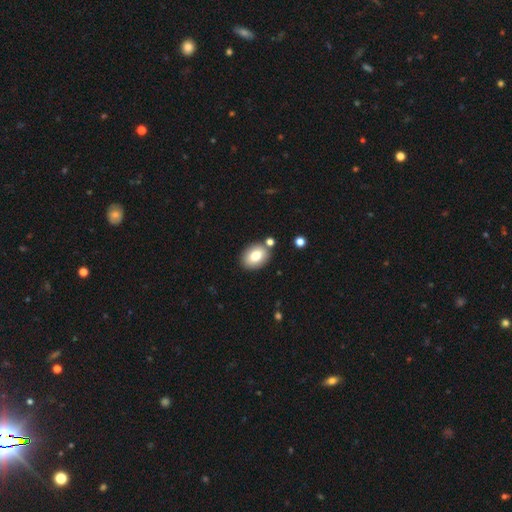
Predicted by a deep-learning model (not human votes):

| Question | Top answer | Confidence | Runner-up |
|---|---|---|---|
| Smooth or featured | smooth | 78% | featured or disk (13%) |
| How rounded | in between | 73% | round (26%) |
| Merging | none | 79% | minor disturbance (11%) |